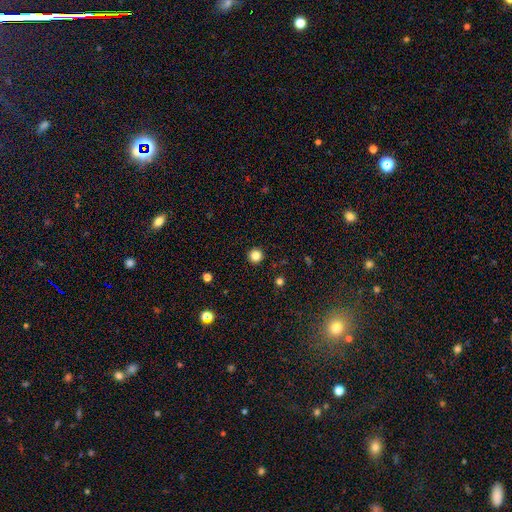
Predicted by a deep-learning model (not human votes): Smooth or featured? smooth (84%)
How rounded? round (96%)
Merging? none (93%)